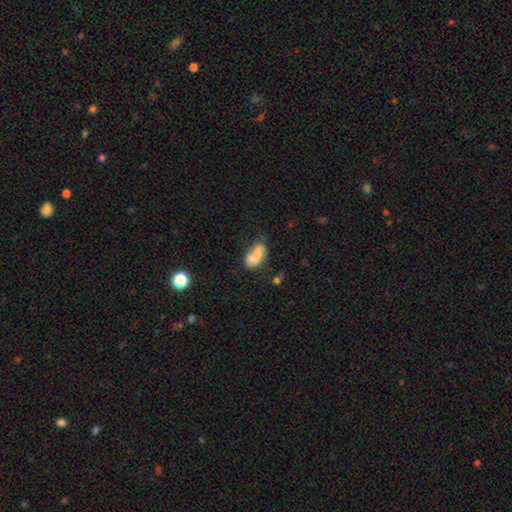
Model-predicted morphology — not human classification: type=smooth (66%); roundness=in between (89%); merging=none (40%).